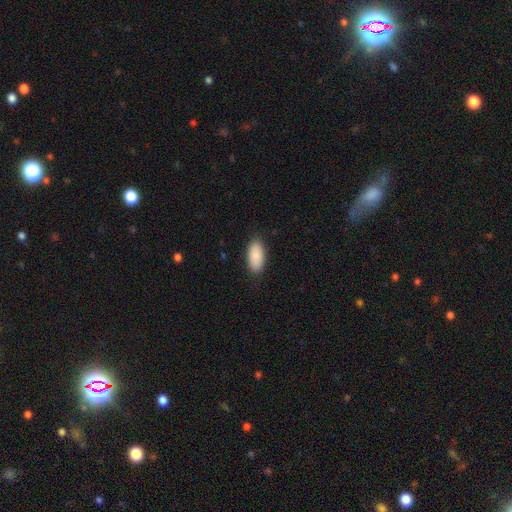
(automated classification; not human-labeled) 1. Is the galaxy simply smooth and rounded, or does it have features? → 89% smooth, 6% star or artifact, 5% featured or disk.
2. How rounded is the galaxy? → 91% in between, 7% cigar-shaped, 2% round.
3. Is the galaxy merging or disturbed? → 87% none, 10% minor disturbance, 2% major disturbance, 1% merger.